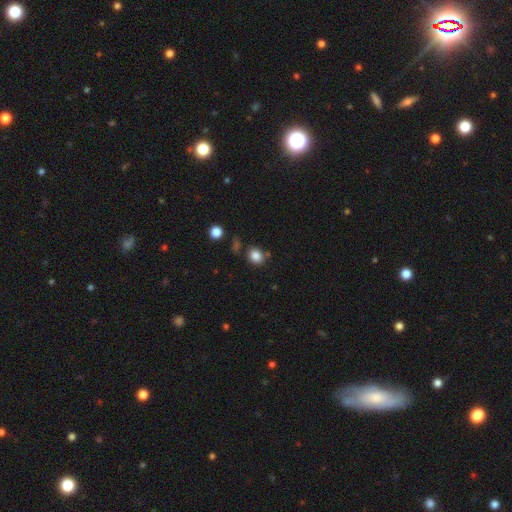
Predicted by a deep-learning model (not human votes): This is clearly a smooth galaxy (84%). How rounded: likely round (63%). Merging: likely none (76%).